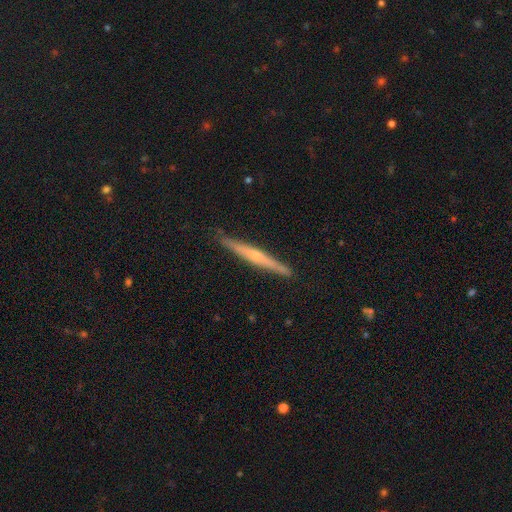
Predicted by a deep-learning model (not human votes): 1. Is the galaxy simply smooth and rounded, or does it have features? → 71% featured or disk, 23% smooth, 6% star or artifact.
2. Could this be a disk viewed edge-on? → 97% yes, 3% no.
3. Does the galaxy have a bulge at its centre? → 72% rounded, 24% none, 4% boxy.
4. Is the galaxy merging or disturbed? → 90% none, 8% minor disturbance, 1% major disturbance, 1% merger.